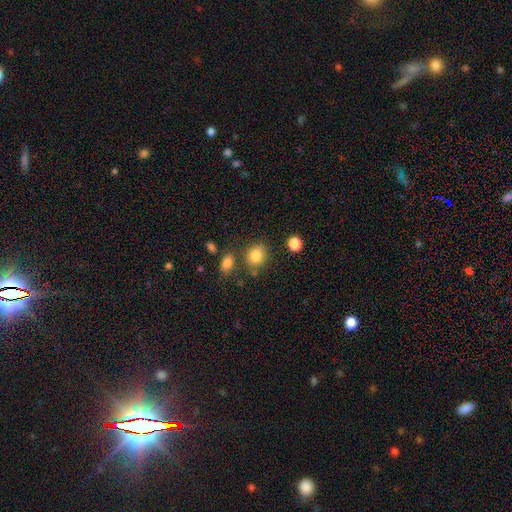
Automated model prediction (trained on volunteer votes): Smooth or featured? Predicted: smooth (p=0.82). How rounded? Predicted: round (p=0.75). Merging? Predicted: none (p=0.75).